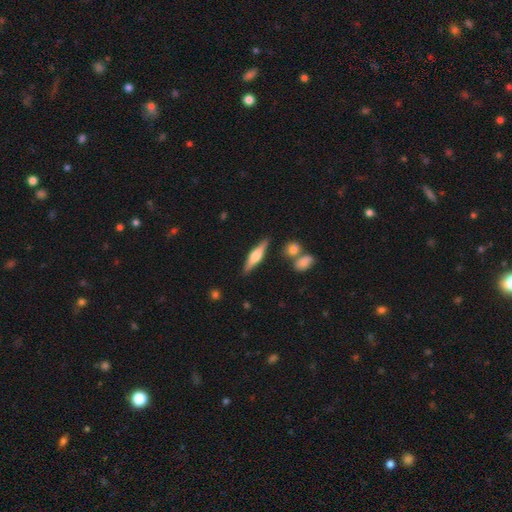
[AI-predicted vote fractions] Smooth or featured? featured or disk (54%)
Edge-on disk? yes (95%)
Edge-on bulge? rounded (78%)
Merging? none (85%)